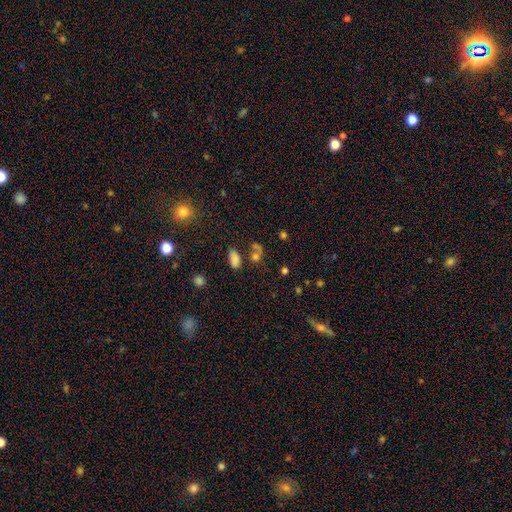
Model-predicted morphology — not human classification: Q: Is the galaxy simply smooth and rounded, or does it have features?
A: smooth — 66%.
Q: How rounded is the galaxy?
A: in between — 71%.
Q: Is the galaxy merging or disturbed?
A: none — 50%.